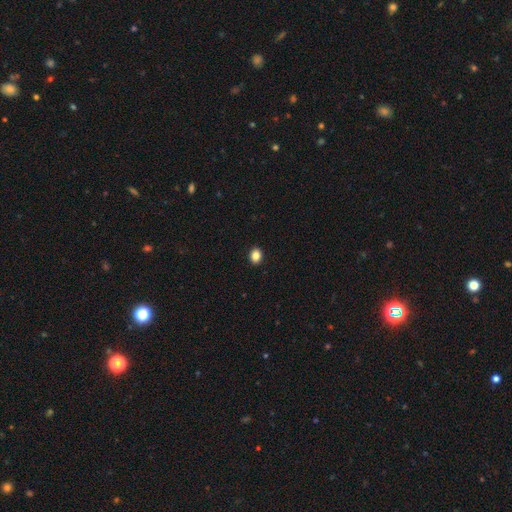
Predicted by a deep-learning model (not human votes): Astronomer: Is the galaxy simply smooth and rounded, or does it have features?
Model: smooth — 86%.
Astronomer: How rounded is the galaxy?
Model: round — 51% (runner-up: in between, 48%).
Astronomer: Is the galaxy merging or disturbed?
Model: none — 92%.